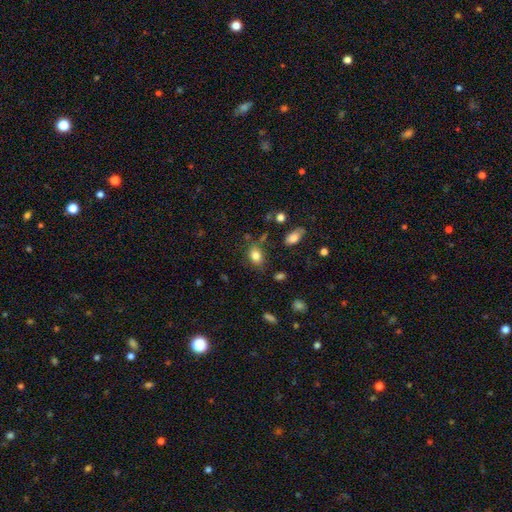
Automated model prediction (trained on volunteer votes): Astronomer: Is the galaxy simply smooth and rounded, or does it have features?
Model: smooth — 81%.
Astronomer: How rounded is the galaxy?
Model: in between — 79%.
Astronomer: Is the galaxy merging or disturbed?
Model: none — 75%.